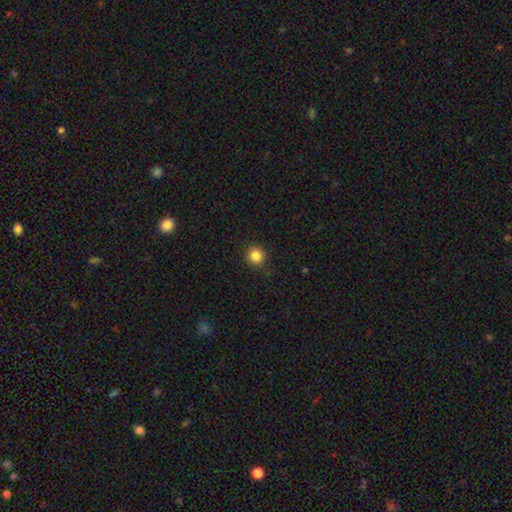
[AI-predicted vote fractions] A smooth galaxy with no disk features (85%) that is round (92%).

Vote fractions:
- Smooth or featured? smooth: 85% / star or artifact: 11% / featured or disk: 4%
- How rounded? round: 92% / in between: 7% / cigar-shaped: 1%
- Merging? none: 91% / minor disturbance: 6% / major disturbance: 2% / merger: 1%